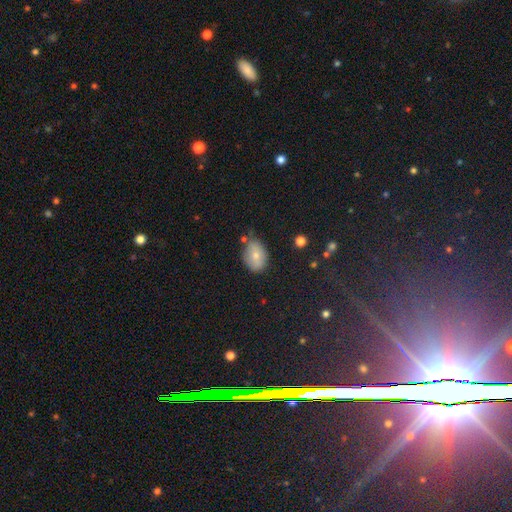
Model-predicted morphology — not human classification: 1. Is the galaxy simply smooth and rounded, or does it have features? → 73% smooth, 18% featured or disk, 9% star or artifact.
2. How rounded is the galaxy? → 75% in between, 23% round, 1% cigar-shaped.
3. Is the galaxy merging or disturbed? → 63% none, 26% minor disturbance, 6% merger, 5% major disturbance.